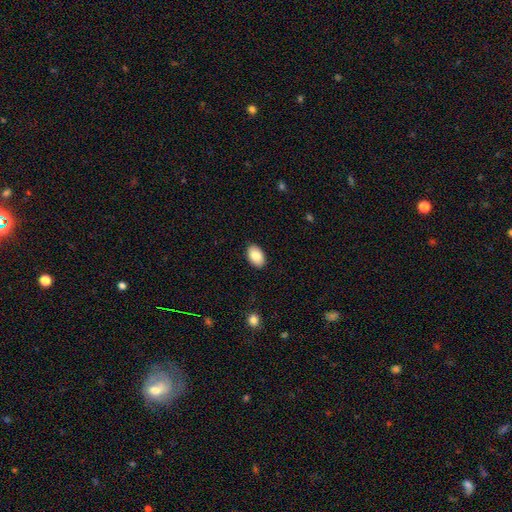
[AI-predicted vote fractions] smooth-or-featured: smooth: 85% | featured or disk: 8% | star or artifact: 7%
  how-rounded: in between: 92% | round: 7% | cigar-shaped: 1%
  merging: none: 89% | minor disturbance: 8% | major disturbance: 2% | merger: 1%